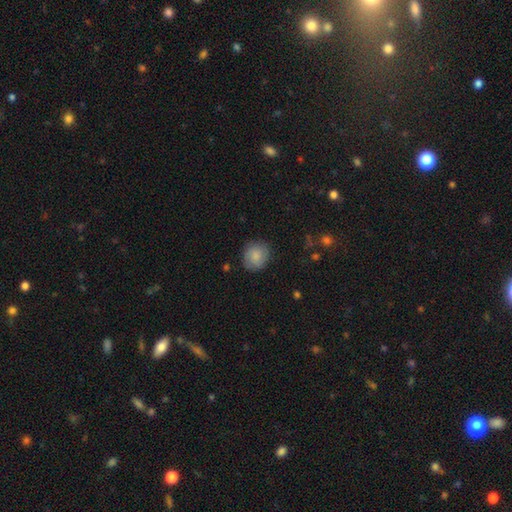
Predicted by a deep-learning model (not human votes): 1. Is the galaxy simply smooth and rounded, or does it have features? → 82% smooth, 11% featured or disk, 7% star or artifact.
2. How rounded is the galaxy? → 83% round, 16% in between, 1% cigar-shaped.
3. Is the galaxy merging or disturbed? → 83% none, 12% minor disturbance, 3% major disturbance, 1% merger.